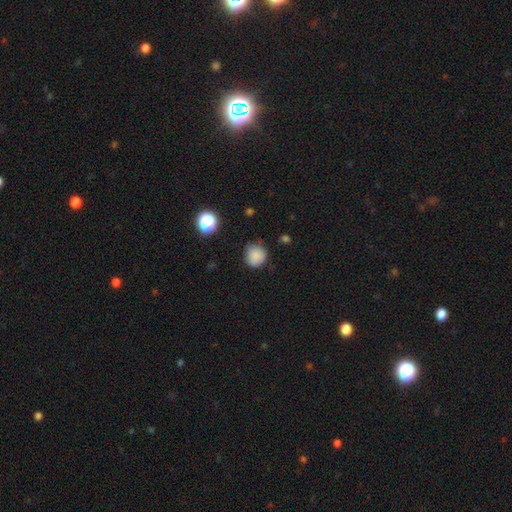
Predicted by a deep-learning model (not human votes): Smooth or featured? Predicted: smooth (p=0.84). How rounded? Predicted: round (p=0.87). Merging? Predicted: none (p=0.75).